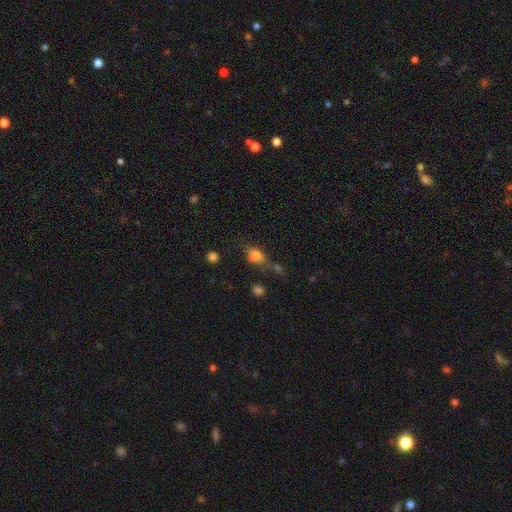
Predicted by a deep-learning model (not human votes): smooth_or_featured: smooth (p=0.70) [alt: featured or disk p=0.15]
how_rounded: in between (p=0.67) [alt: round p=0.29]
merging: none (p=0.39) [alt: merger p=0.23]